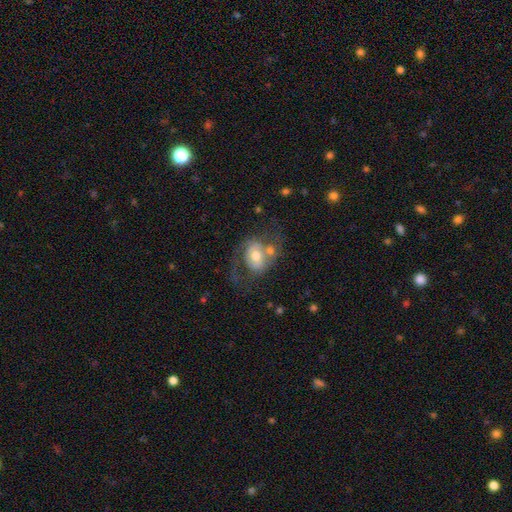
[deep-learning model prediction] A featured or disk galaxy (50%). Merging: none (36%).